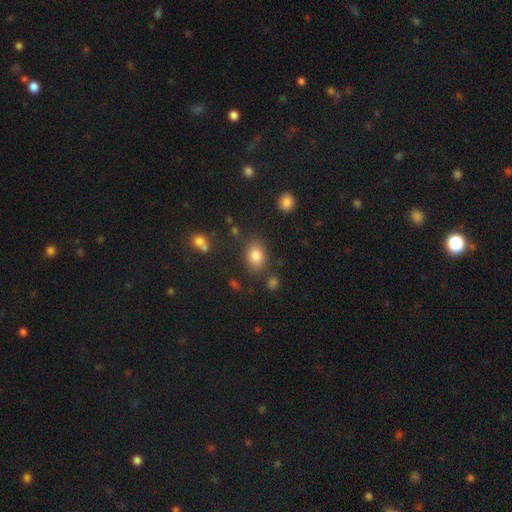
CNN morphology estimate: This is clearly a smooth galaxy (83%). How rounded: likely in between (70%). Merging: likely none (78%).